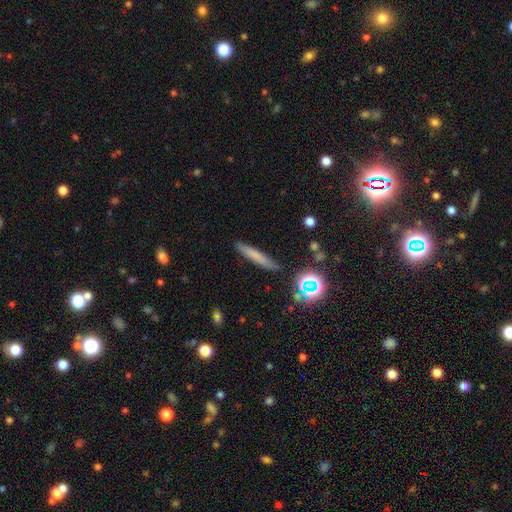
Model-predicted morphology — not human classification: Smooth or featured? smooth (67%)
How rounded? cigar-shaped (92%)
Merging? none (88%)